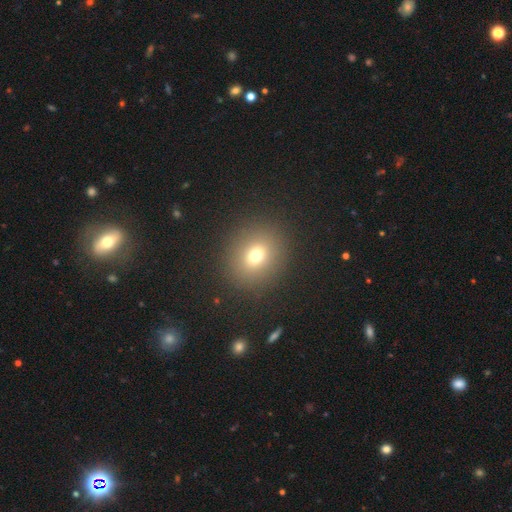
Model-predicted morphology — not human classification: Smooth or featured? smooth (72%)
How rounded? round (75%)
Merging? none (89%)